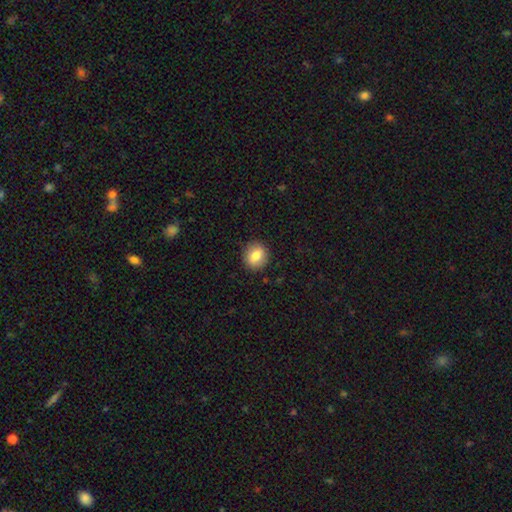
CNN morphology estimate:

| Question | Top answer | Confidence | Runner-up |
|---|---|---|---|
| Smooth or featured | smooth | 82% | featured or disk (10%) |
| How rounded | round | 73% | in between (26%) |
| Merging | none | 89% | minor disturbance (8%) |